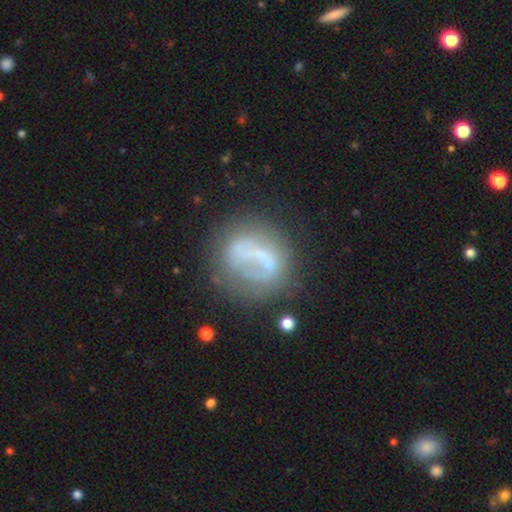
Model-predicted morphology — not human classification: Smooth or featured? Predicted: featured or disk (p=0.51). Edge-on disk? Predicted: no (p=0.94). Merging? Predicted: none (p=0.55).